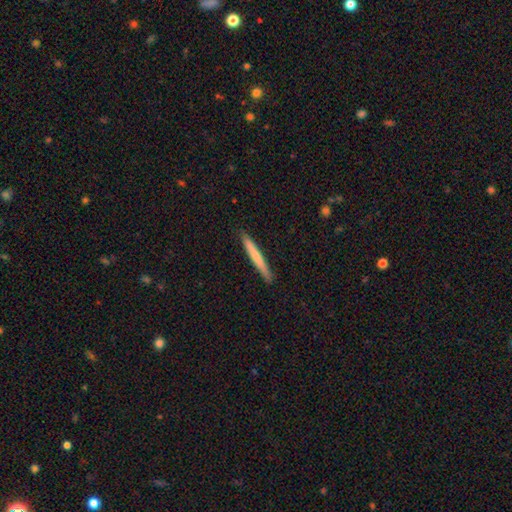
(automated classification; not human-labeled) Smooth or featured? smooth (61%)
How rounded? cigar-shaped (97%)
Merging? none (91%)